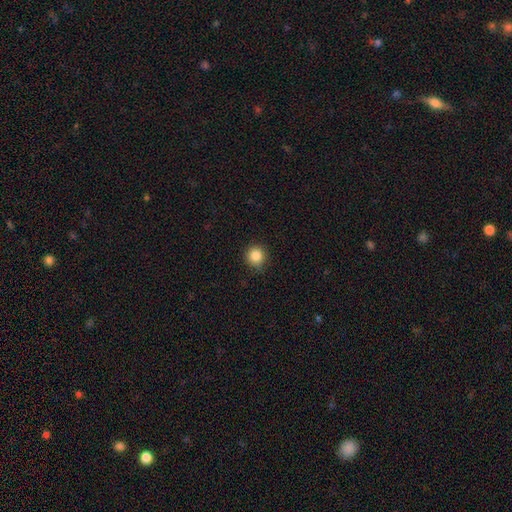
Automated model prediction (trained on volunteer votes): Smooth or featured?
  - smooth: 86% *
  - star or artifact: 10%
  - featured or disk: 4%
How rounded?
  - round: 94% *
  - in between: 5%
  - cigar-shaped: 1%
Merging?
  - none: 86% *
  - minor disturbance: 11%
  - major disturbance: 2%
  - merger: 1%